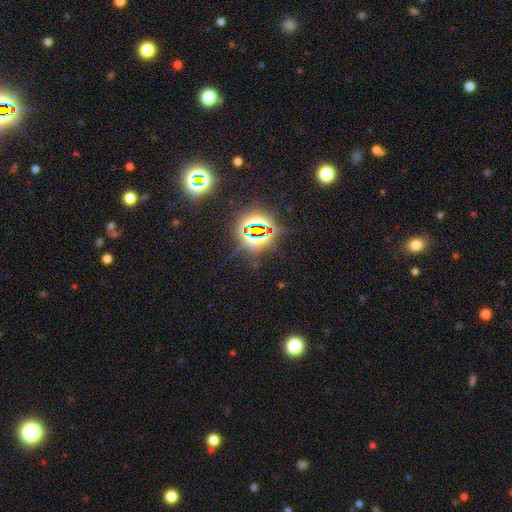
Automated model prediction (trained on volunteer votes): smooth_or_featured: star or artifact (p=0.81) [alt: smooth p=0.12]